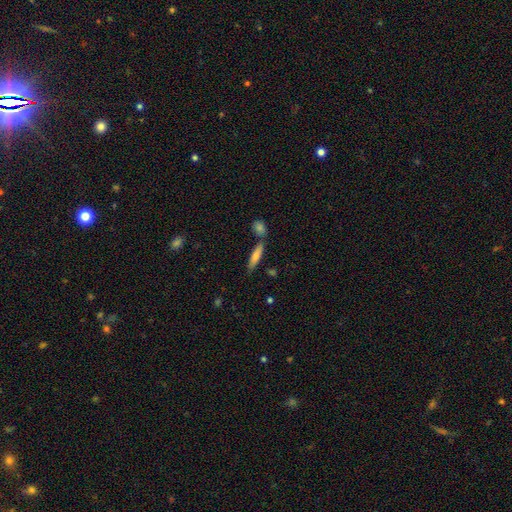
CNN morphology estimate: smooth-or-featured: smooth: 70% | featured or disk: 23% | star or artifact: 6%
  how-rounded: cigar-shaped: 76% | in between: 22% | round: 2%
  merging: none: 72% | merger: 13% | minor disturbance: 12% | major disturbance: 3%